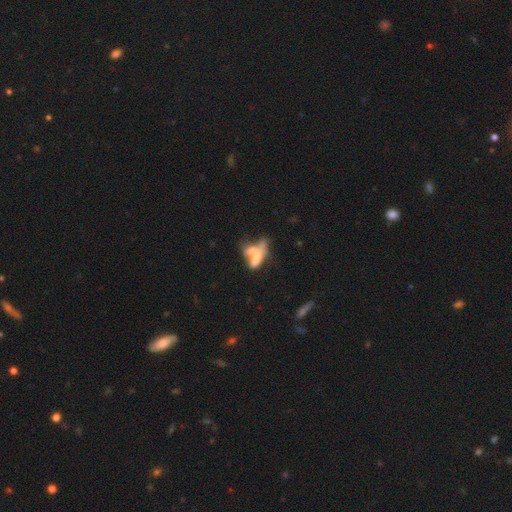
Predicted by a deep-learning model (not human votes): Smooth or featured? Predicted: smooth (p=0.49). Merging? Predicted: merger (p=0.63).